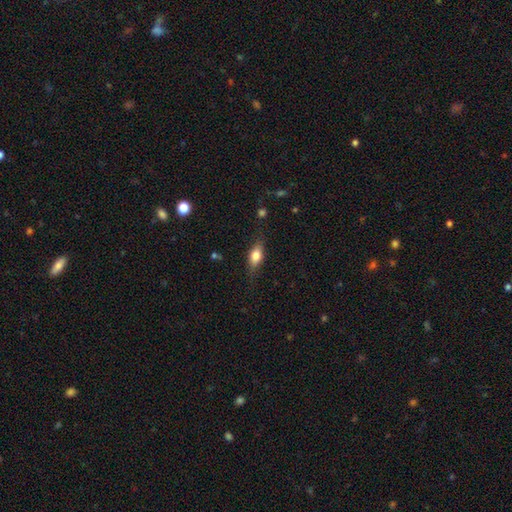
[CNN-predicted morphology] smooth-or-featured: smooth: 68% | featured or disk: 24% | star or artifact: 8%
  how-rounded: in between: 75% | cigar-shaped: 17% | round: 7%
  merging: none: 75% | minor disturbance: 18% | major disturbance: 5% | merger: 1%